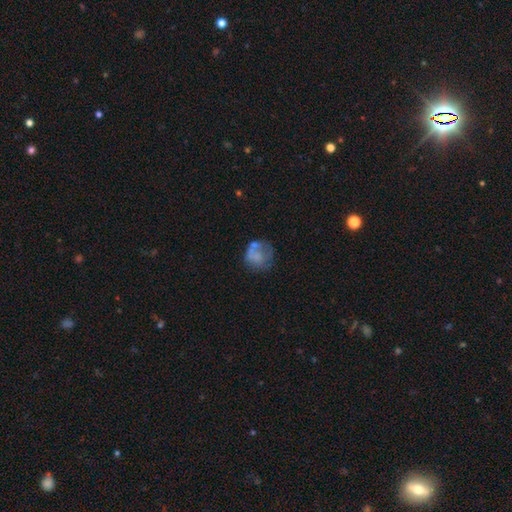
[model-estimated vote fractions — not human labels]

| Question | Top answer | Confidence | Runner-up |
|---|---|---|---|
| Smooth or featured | smooth | 53% | featured or disk (38%) |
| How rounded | round | 80% | in between (19%) |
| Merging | none | 47% | minor disturbance (22%) |